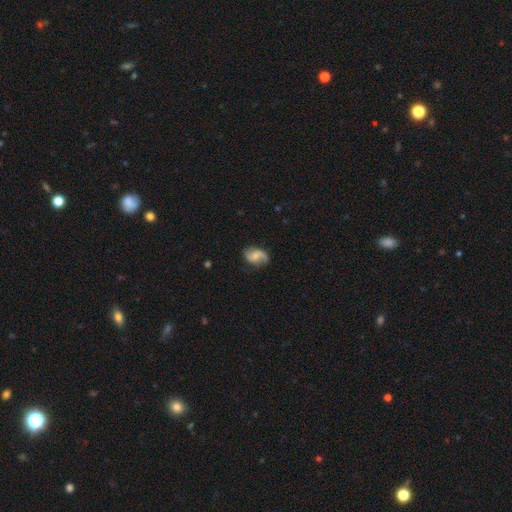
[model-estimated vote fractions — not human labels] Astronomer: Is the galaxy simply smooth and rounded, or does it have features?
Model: featured or disk — 68%.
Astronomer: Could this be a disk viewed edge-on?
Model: no — 97%.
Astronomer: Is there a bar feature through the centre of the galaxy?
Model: no — 51% (runner-up: weak, 41%).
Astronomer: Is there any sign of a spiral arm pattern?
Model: yes — 94%.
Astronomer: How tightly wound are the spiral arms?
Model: loose — 57% (runner-up: medium, 33%).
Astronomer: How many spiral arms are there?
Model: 2 — 87%.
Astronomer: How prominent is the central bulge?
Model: small — 40% (runner-up: moderate, 33%).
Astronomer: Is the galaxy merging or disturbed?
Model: none — 74%.